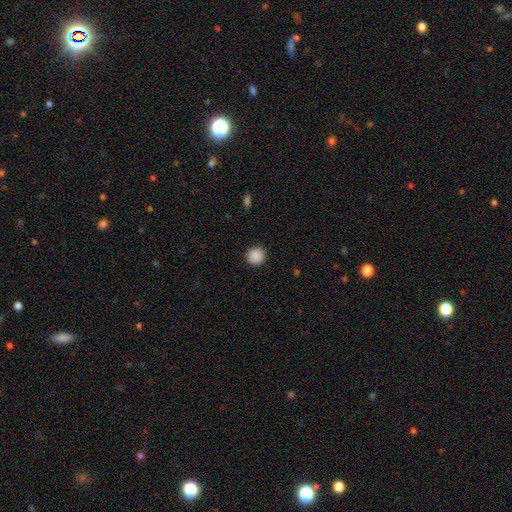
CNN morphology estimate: type=smooth (90%); roundness=round (94%); merging=none (92%).